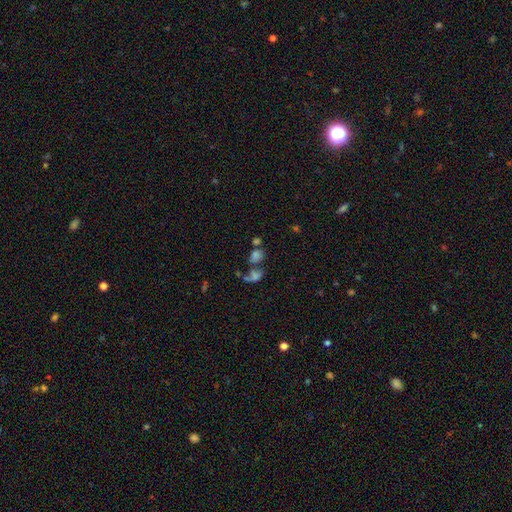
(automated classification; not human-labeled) Smooth or featured: smooth — 60% (star or artifact — 23%)
How rounded: in between — 52% (round — 45%)
Merging: merger — 45% (none — 33%)